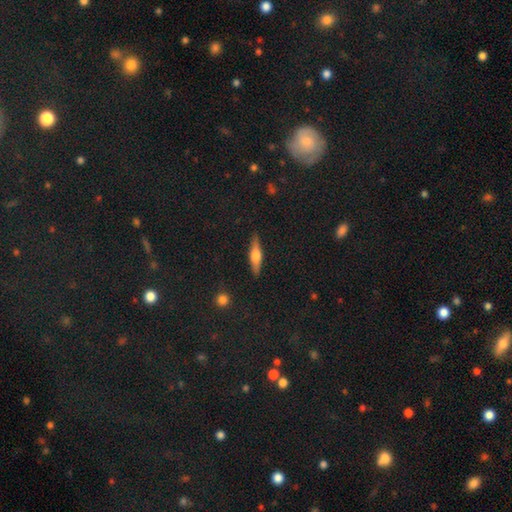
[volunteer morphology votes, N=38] smooth-or-featured: featured or disk: 47% | smooth: 45% | star or artifact: 8%
  disk-edge-on: yes: 100% | no: 0%
    edge-on-bulge: rounded: 89% | boxy: 11% | none: 0%
  merging: none: 80% | minor disturbance: 17% | merger: 3% | major disturbance: 0%